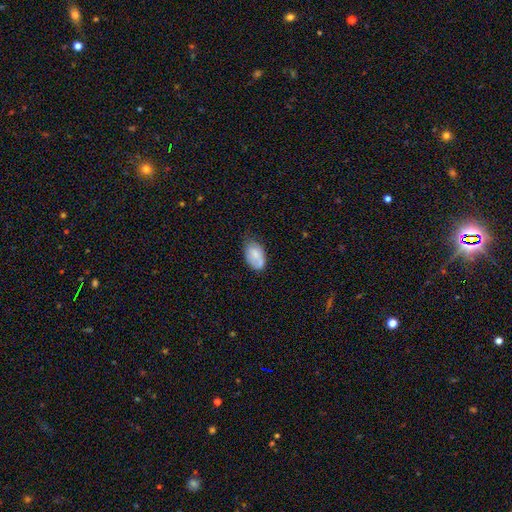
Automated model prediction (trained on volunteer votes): This is likely a smooth galaxy (74%). How rounded: clearly in between (92%). Merging: possibly none (53%).